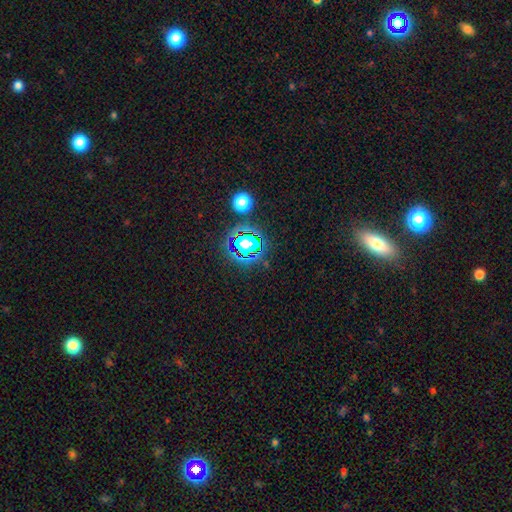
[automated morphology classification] This appears to be a star or artifact, not a galaxy (68%).